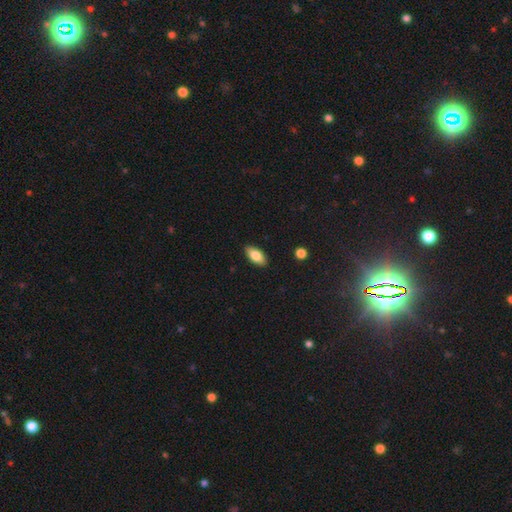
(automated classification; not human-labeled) Smooth or featured?
  - smooth: 81% *
  - featured or disk: 13%
  - star or artifact: 7%
How rounded?
  - in between: 89% *
  - cigar-shaped: 8%
  - round: 3%
Merging?
  - none: 88% *
  - minor disturbance: 9%
  - major disturbance: 2%
  - merger: 1%